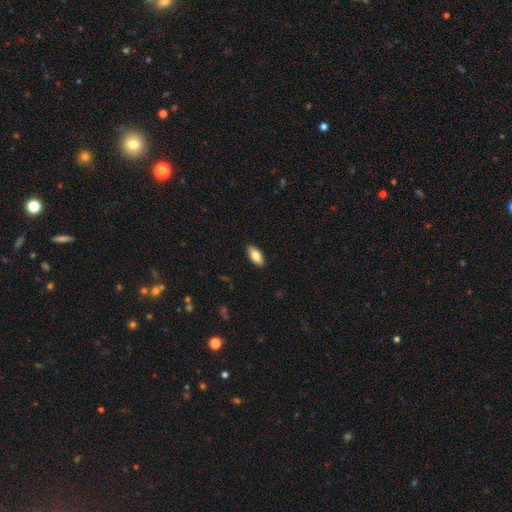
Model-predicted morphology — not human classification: A smooth galaxy with no disk features (83%) that is in between round and cigar-shaped (91%). Merging: none (89%).